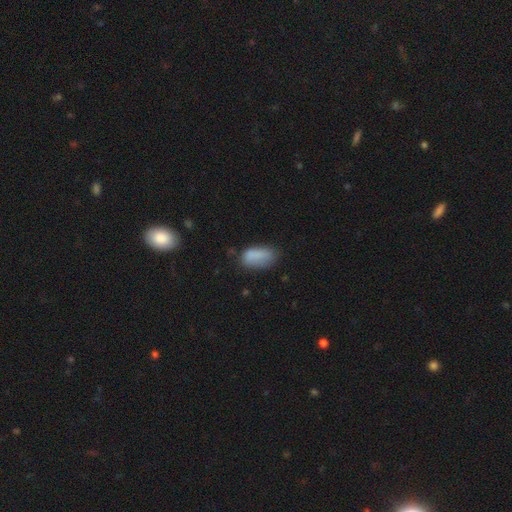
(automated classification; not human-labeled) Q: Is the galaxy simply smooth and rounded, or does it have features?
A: smooth — 82%.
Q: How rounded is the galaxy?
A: in between — 90%.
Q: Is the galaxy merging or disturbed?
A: none — 54%.